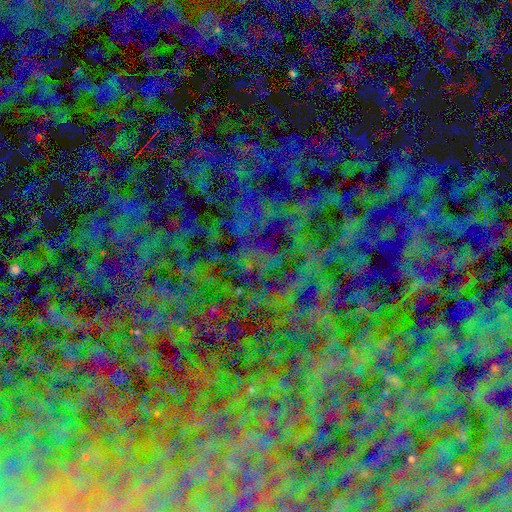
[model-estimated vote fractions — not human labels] star or artifact 81%, smooth 10%, featured or disk 9%.